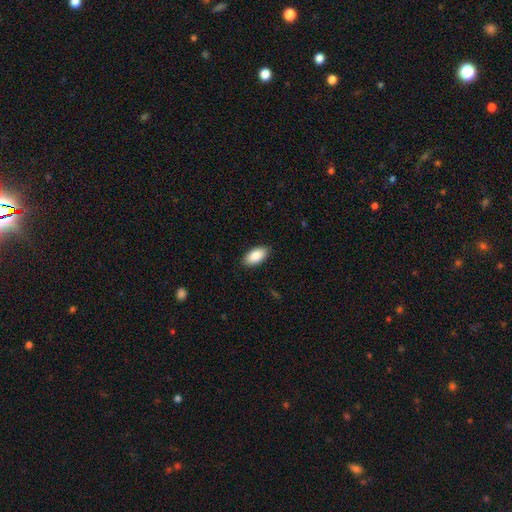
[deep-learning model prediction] smooth_or_featured: smooth (p=0.87) [alt: featured or disk p=0.07]
how_rounded: in between (p=0.94) [alt: cigar-shaped p=0.04]
merging: none (p=0.89) [alt: minor disturbance p=0.08]